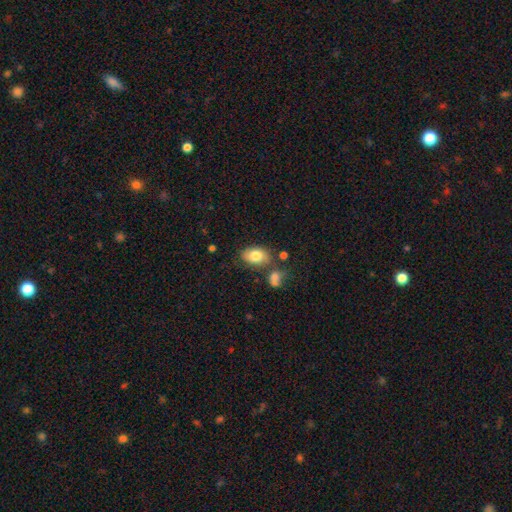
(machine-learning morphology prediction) Overall: smooth (80%). How rounded: in between (88%). Merging: none (64%).